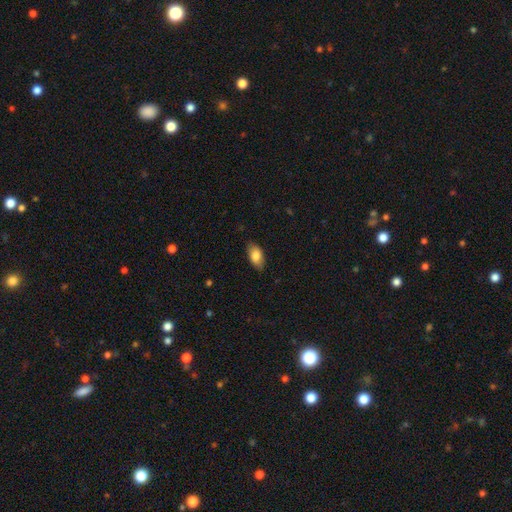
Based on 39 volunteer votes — Q: Smooth or featured?
A: smooth (79%); runner-up: featured or disk (15%)
Q: How rounded?
A: in between (90%); runner-up: cigar-shaped (6%)
Q: Merging?
A: none (78%); runner-up: minor disturbance (16%)